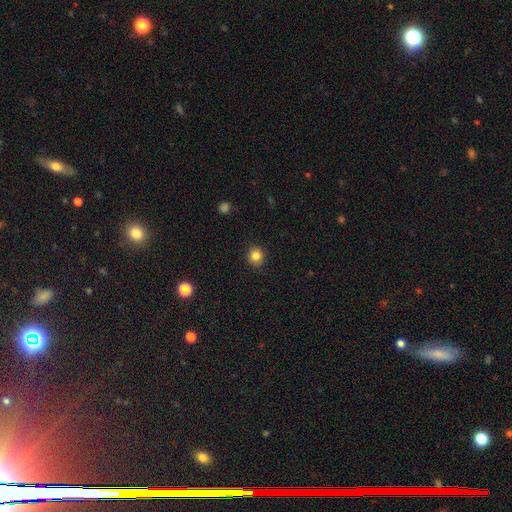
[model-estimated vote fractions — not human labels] Smooth or featured? Predicted: smooth (p=0.83). How rounded? Predicted: round (p=0.87). Merging? Predicted: none (p=0.91).